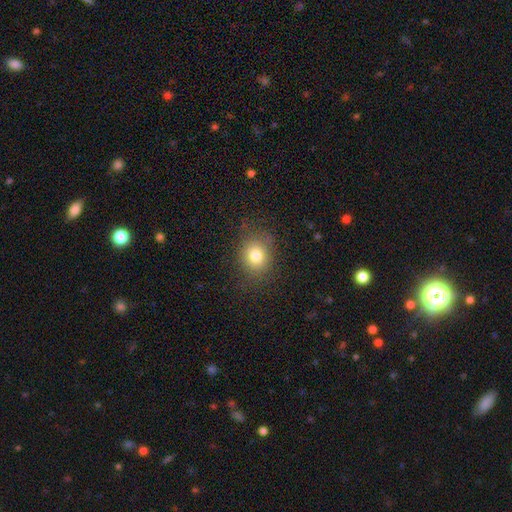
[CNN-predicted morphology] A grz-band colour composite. It shows a smooth galaxy with no disk features (79%) that is round (68%). Merging: none (81%).